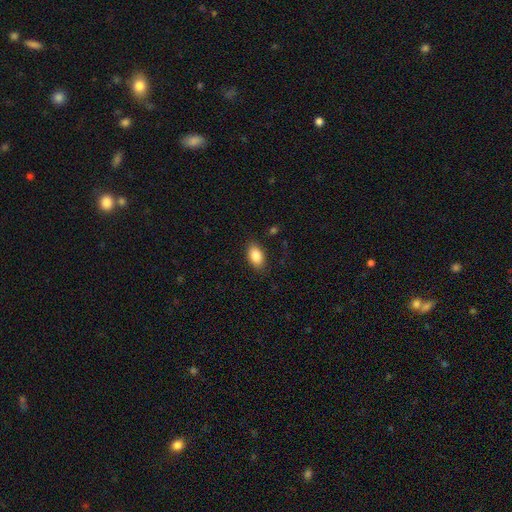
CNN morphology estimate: This appears to be a smooth galaxy with no disk features (85%) that is in between round and cigar-shaped (90%). Merging: none (84%).